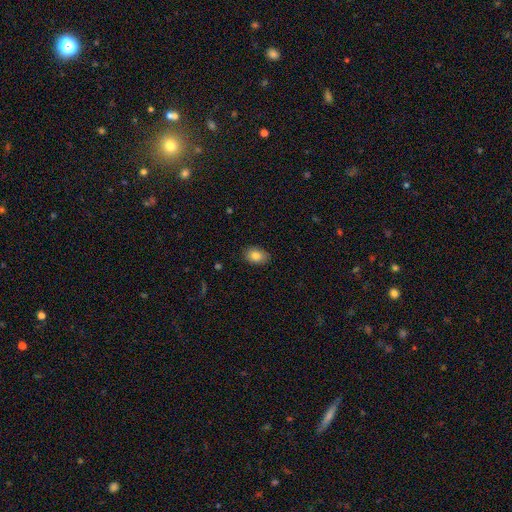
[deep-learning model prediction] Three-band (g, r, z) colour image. It shows a smooth galaxy with no disk features (83%) that is in between round and cigar-shaped (77%). Merging: none (86%).